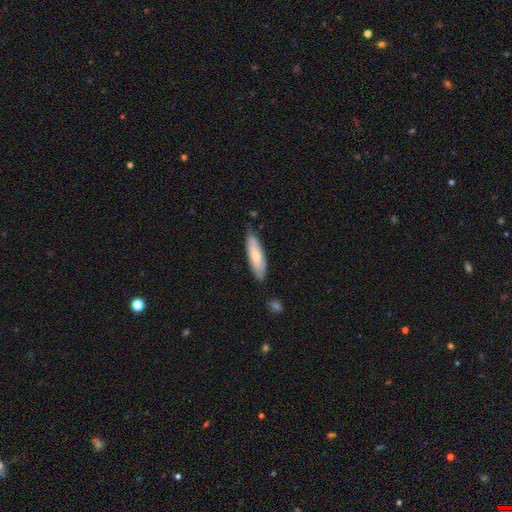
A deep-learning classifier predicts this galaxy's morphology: This is likely a smooth galaxy (67%). How rounded: possibly cigar-shaped (55%). Merging: likely none (74%).